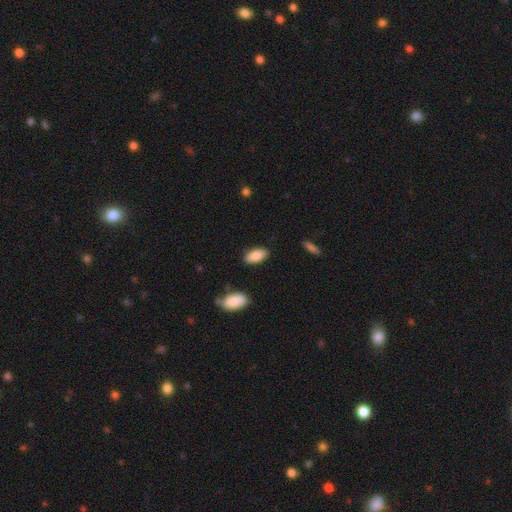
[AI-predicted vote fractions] smooth-or-featured: smooth: 87% | featured or disk: 7% | star or artifact: 6%
  how-rounded: in between: 91% | cigar-shaped: 7% | round: 2%
  merging: none: 84% | minor disturbance: 11% | major disturbance: 2% | merger: 2%